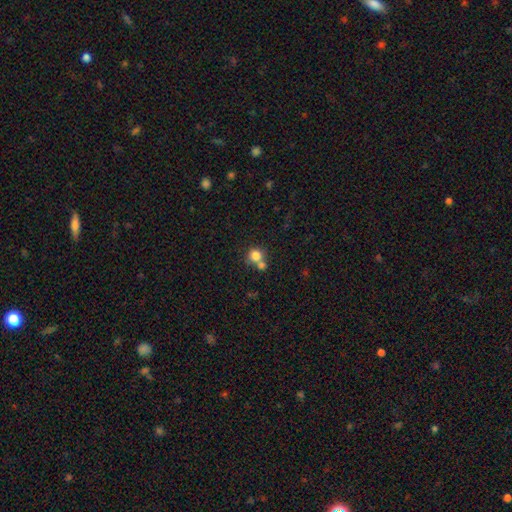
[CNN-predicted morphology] A smooth galaxy with no disk features (80%) that is round (88%).

Vote fractions:
- Smooth or featured? smooth: 80% / star or artifact: 11% / featured or disk: 9%
- How rounded? round: 88% / in between: 11% / cigar-shaped: 1%
- Merging? none: 48% / merger: 41% / minor disturbance: 8% / major disturbance: 3%